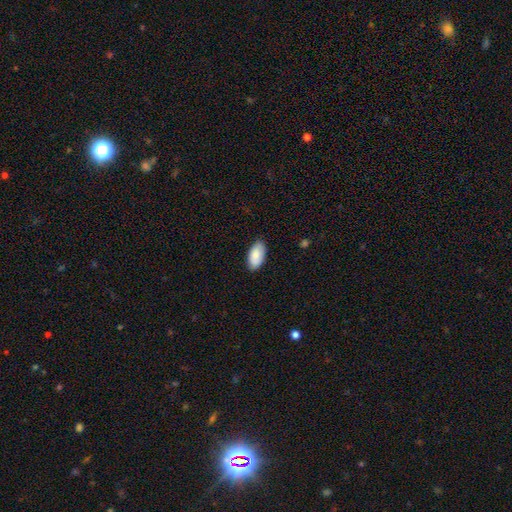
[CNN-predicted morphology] Overall: smooth (86%). How rounded: in between (95%). Merging: none (86%).